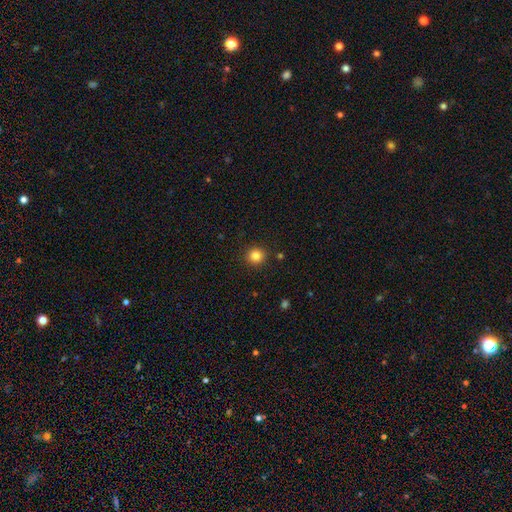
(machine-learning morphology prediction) This is clearly a smooth galaxy (84%). How rounded: clearly round (92%). Merging: clearly none (91%).